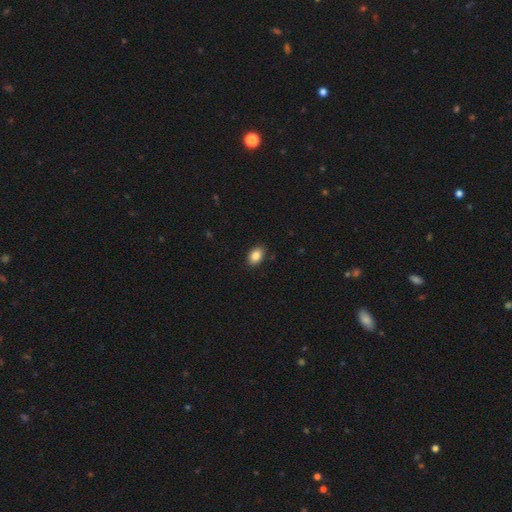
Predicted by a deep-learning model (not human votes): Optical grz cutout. It shows a smooth galaxy with no disk features (87%) that is in between round and cigar-shaped (84%). Merging: none (88%).